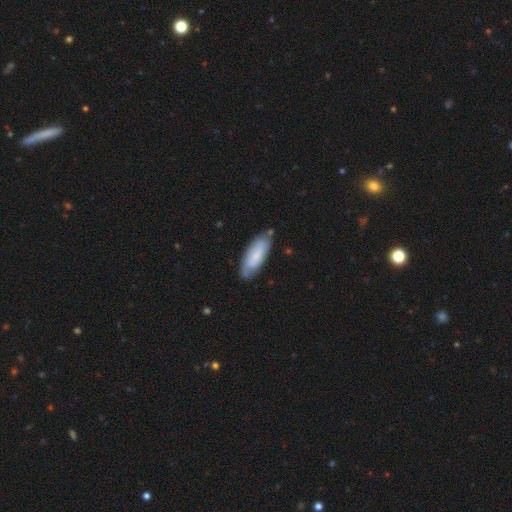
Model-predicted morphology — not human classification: This is possibly a smooth galaxy (53%). How rounded: likely in between (68%). Merging: likely none (70%).